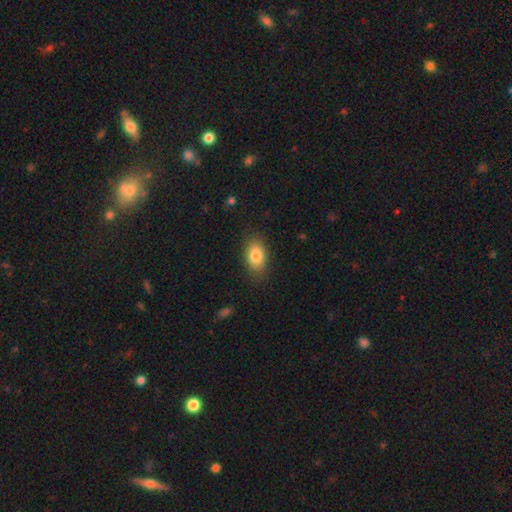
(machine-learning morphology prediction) Smooth or featured? smooth (82%)
How rounded? in between (88%)
Merging? none (84%)